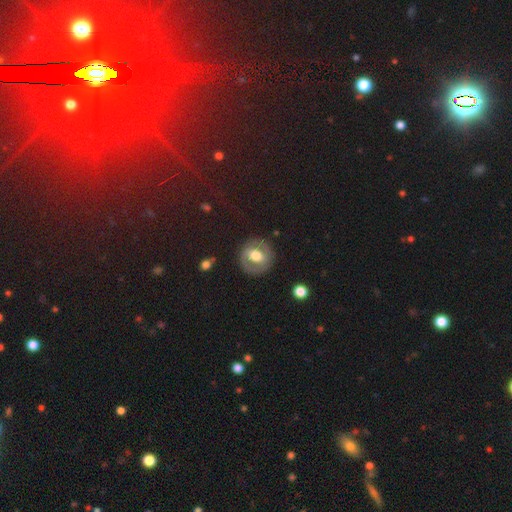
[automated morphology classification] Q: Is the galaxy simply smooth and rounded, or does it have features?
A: featured or disk — 51%.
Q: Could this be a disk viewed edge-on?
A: no — 96%.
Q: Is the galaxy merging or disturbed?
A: none — 82%.